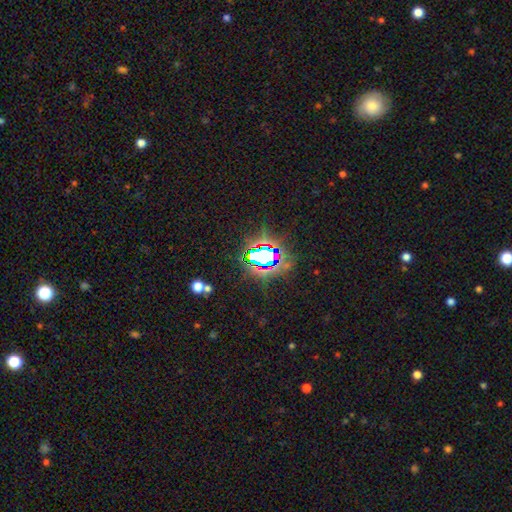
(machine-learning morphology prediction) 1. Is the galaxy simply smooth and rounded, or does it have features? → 71% star or artifact, 17% smooth, 12% featured or disk.